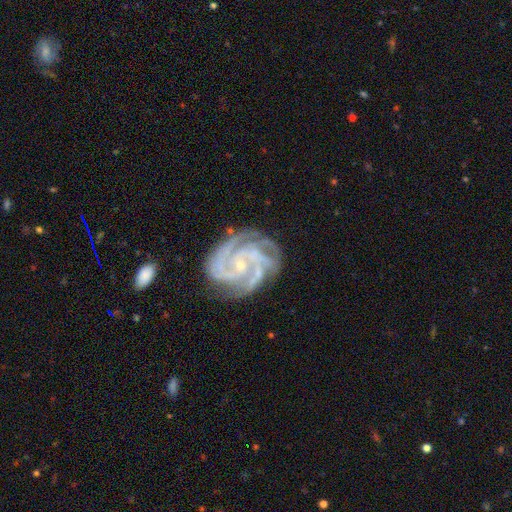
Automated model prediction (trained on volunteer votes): smooth-or-featured: featured or disk: 91% | star or artifact: 5% | smooth: 4%
  disk-edge-on: no: 98% | yes: 2%
    bar: no: 63% | weak: 27% | strong: 10%
    has-spiral-arms: yes: 98% | no: 2%
      spiral-winding: tight: 58% | medium: 37% | loose: 5%
      spiral-arm-count: 3: 44% | 4: 24% | 2: 11% | can't tell: 9% | more than 4: 6% | 1: 6%
    bulge-size: small: 79% | moderate: 16% | none: 3% | large: 1% | dominant: 1%
  merging: none: 68% | minor disturbance: 20% | major disturbance: 9% | merger: 3%